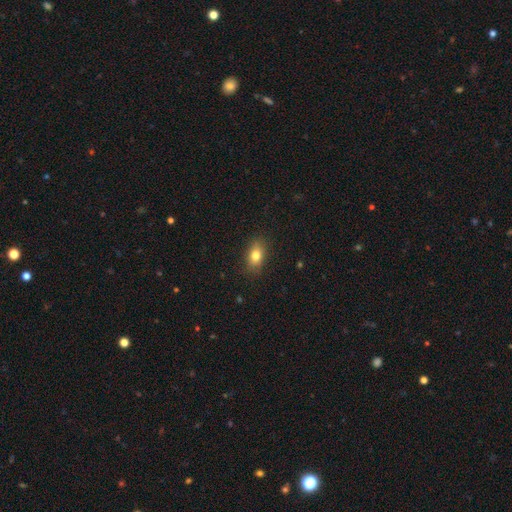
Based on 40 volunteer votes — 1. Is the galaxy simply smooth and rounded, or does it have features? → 82% smooth, 12% featured or disk, 5% star or artifact.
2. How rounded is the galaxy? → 73% in between, 21% round, 6% cigar-shaped.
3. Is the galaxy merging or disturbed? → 89% none, 11% minor disturbance, 0% major disturbance, 0% merger.